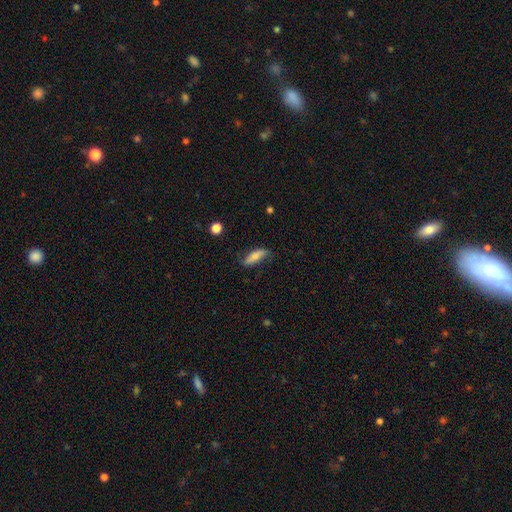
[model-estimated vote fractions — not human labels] Smooth or featured? Predicted: smooth (p=0.72). How rounded? Predicted: in between (p=0.55). Merging? Predicted: none (p=0.68).